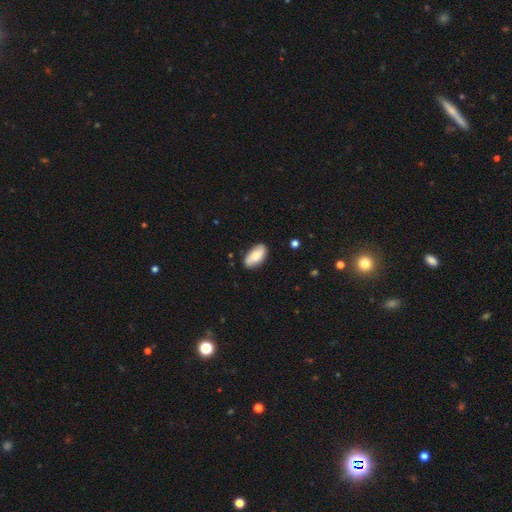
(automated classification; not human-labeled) Smooth or featured? smooth (74%)
How rounded? in between (93%)
Merging? none (80%)